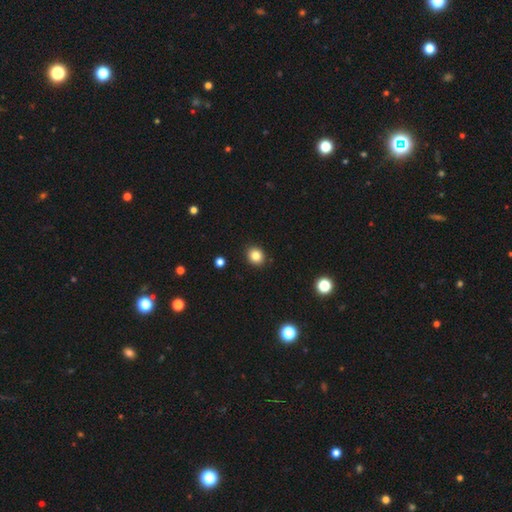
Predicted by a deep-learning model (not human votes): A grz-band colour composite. It shows a smooth galaxy with no disk features (83%) that is round (73%). Merging: none (91%).